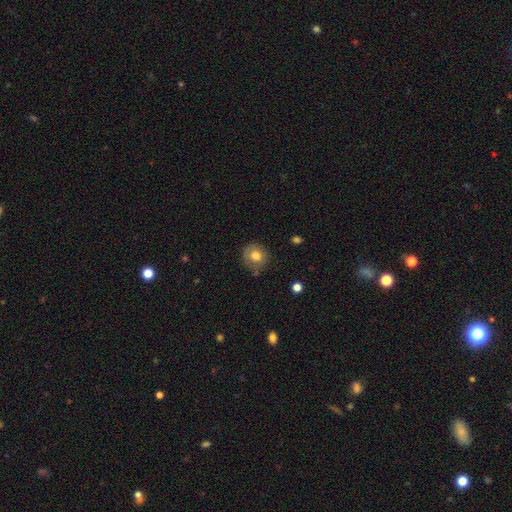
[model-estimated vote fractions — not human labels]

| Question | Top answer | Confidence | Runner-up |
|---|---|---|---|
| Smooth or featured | smooth | 71% | featured or disk (20%) |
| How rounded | round | 85% | in between (14%) |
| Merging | none | 72% | minor disturbance (20%) |